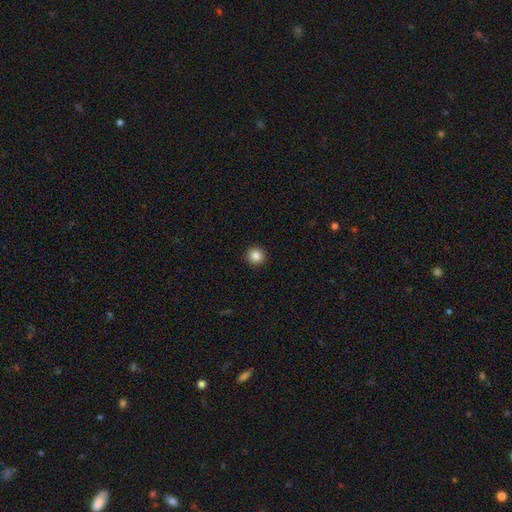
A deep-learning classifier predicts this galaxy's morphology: A smooth galaxy with no disk features (85%) that is round (96%). Merging: none (94%).